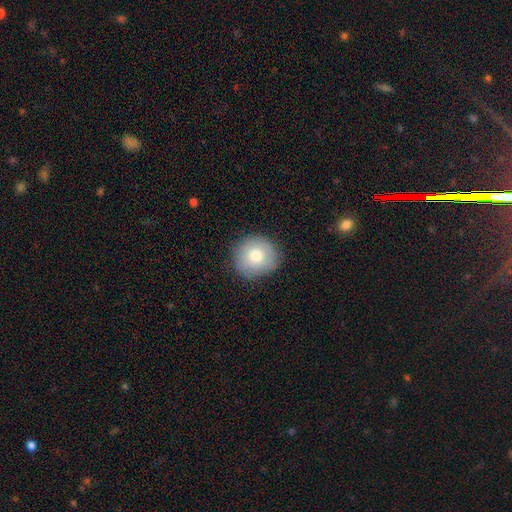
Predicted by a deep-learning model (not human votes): Smooth or featured? smooth (77%)
How rounded? round (93%)
Merging? none (86%)